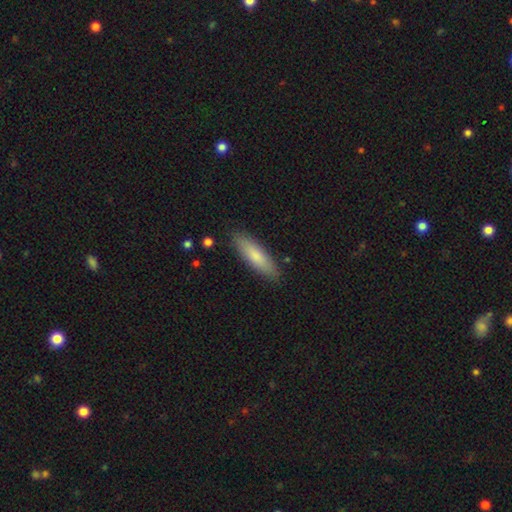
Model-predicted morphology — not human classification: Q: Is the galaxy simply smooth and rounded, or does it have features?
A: smooth — 78%.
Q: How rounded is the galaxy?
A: cigar-shaped — 62%.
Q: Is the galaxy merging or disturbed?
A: none — 87%.